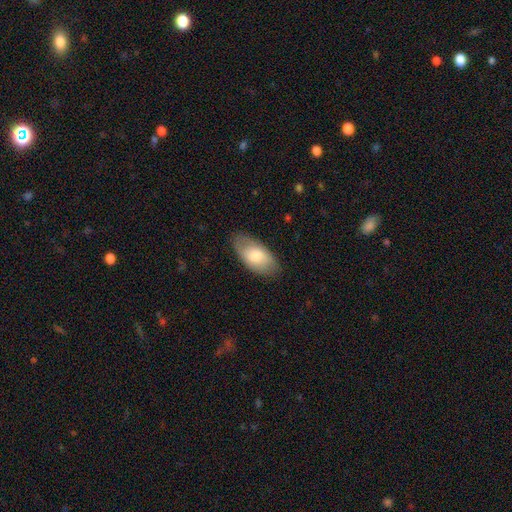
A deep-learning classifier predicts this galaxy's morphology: Smooth or featured?
  - smooth: 74% *
  - featured or disk: 20%
  - star or artifact: 6%
How rounded?
  - in between: 94% *
  - round: 3%
  - cigar-shaped: 3%
Merging?
  - none: 80% *
  - minor disturbance: 15%
  - major disturbance: 3%
  - merger: 1%